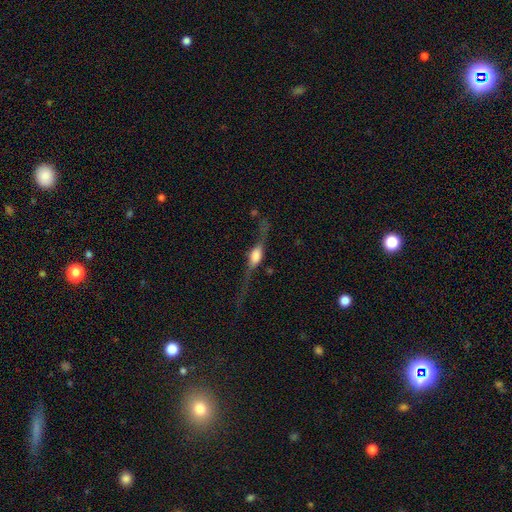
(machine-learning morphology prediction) Q: Smooth or featured?
A: featured or disk (74%); runner-up: smooth (18%)
Q: Edge-on disk?
A: yes (88%); runner-up: no (12%)
Q: Edge-on bulge?
A: rounded (82%); runner-up: boxy (14%)
Q: Merging?
A: none (58%); runner-up: major disturbance (20%)